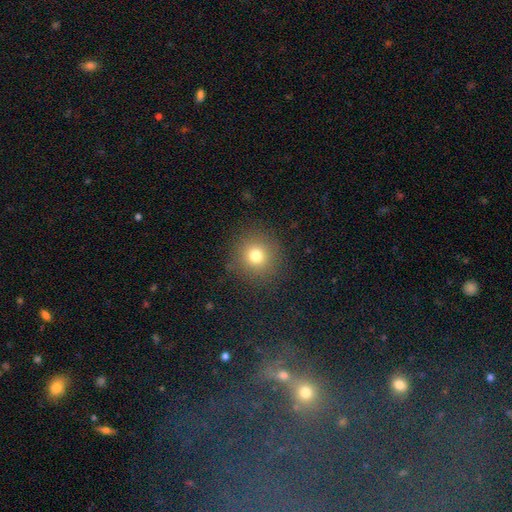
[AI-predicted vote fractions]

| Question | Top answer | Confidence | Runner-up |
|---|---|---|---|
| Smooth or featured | smooth | 76% | star or artifact (15%) |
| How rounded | round | 92% | in between (7%) |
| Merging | none | 88% | minor disturbance (7%) |